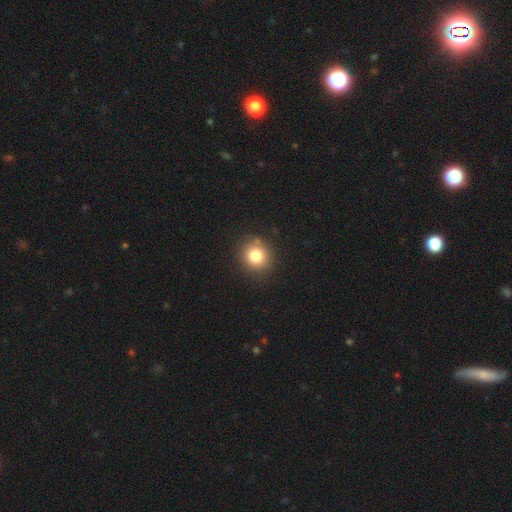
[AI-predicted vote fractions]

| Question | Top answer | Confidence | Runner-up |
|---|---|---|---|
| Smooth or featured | smooth | 82% | star or artifact (11%) |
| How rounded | round | 85% | in between (14%) |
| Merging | none | 87% | minor disturbance (9%) |